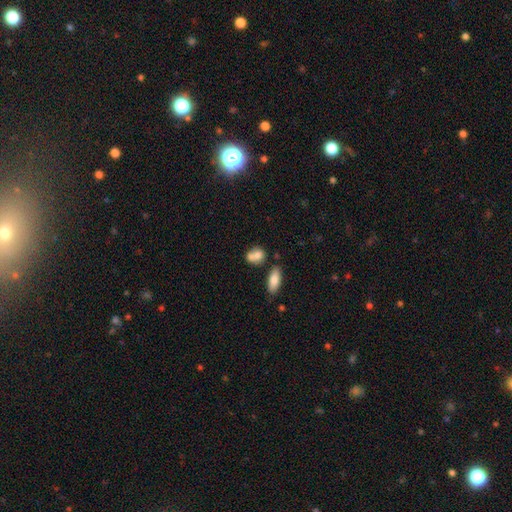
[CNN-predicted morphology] A smooth galaxy with no disk features (78%) that is in between round and cigar-shaped (59%). Merging: merger (45%).